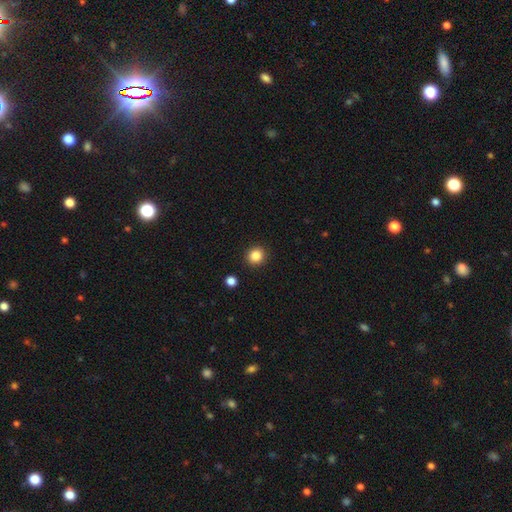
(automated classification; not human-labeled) Smooth or featured? smooth (85%)
How rounded? round (89%)
Merging? none (91%)